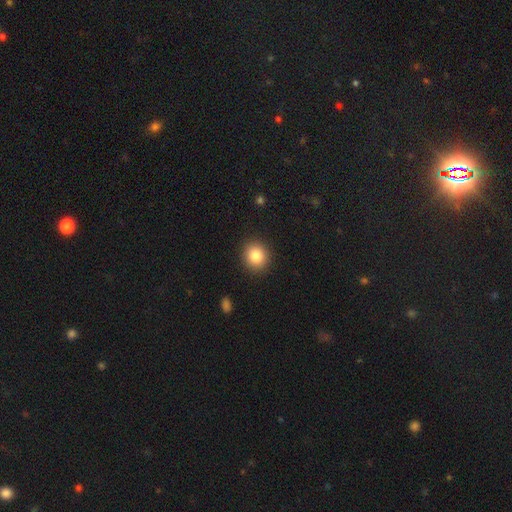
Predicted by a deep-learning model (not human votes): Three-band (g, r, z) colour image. It shows a smooth galaxy with no disk features (84%) that is round (83%). Merging: none (90%).